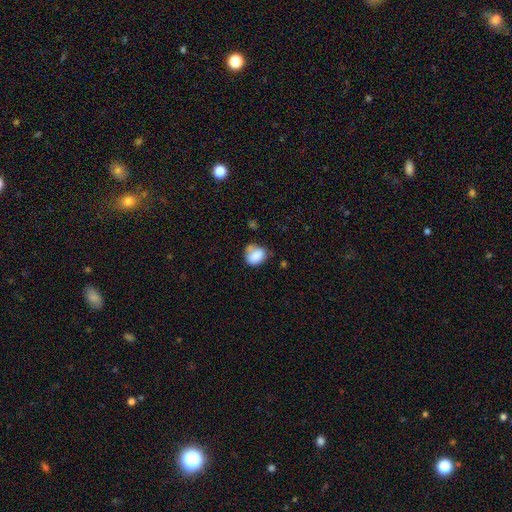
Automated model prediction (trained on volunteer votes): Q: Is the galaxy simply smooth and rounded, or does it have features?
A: smooth — 82%.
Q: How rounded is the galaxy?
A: in between — 51%.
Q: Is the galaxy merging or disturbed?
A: none — 48%.